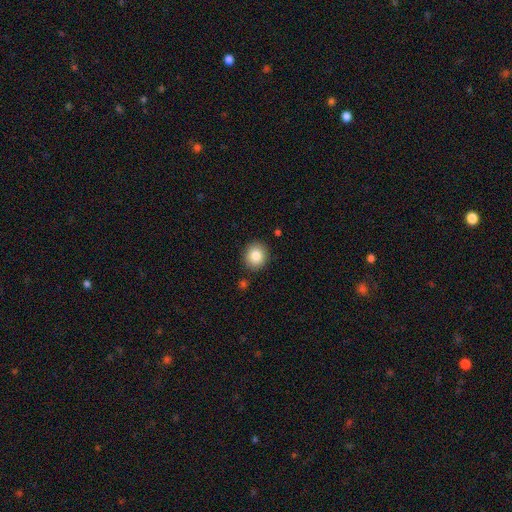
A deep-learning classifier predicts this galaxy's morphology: smooth_or_featured: smooth (p=0.85) [alt: star or artifact p=0.09]
how_rounded: round (p=0.81) [alt: in between p=0.18]
merging: none (p=0.87) [alt: minor disturbance p=0.08]